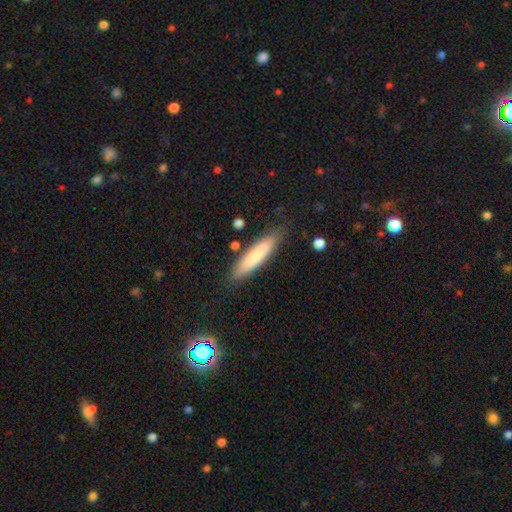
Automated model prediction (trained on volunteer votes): Overall: smooth (75%). How rounded: cigar-shaped (80%). Merging: none (84%).